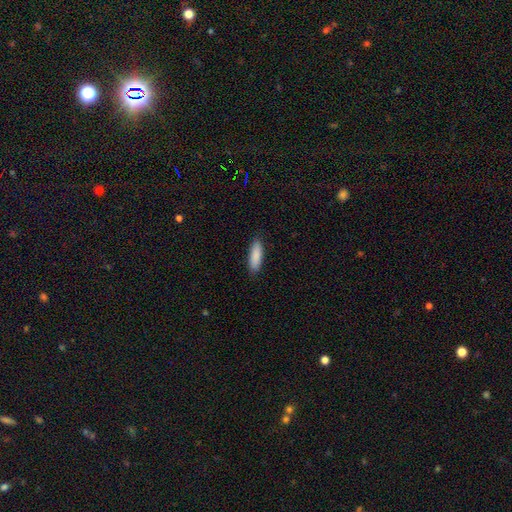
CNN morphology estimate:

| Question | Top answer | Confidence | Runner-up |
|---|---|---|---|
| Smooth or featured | smooth | 89% | featured or disk (6%) |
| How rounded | cigar-shaped | 50% | in between (48%) |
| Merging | none | 88% | minor disturbance (9%) |